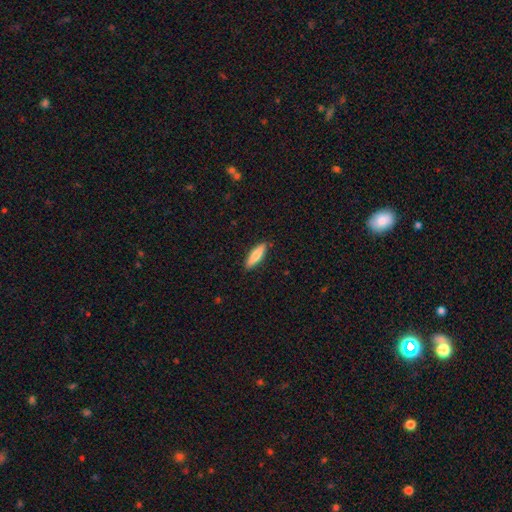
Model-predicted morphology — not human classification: A smooth galaxy with no disk features (78%) that is cigar-shaped (65%). Merging: none (89%).